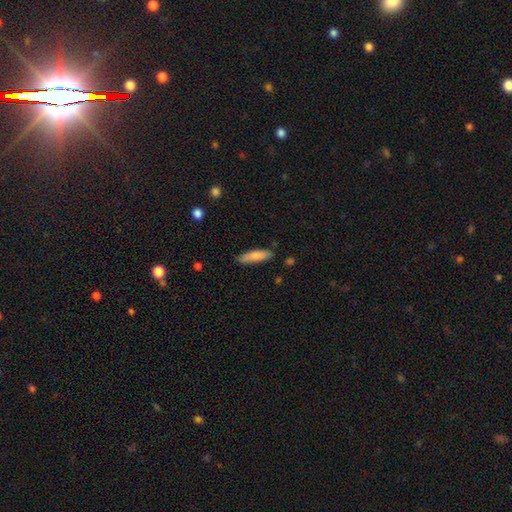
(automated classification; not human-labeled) Smooth or featured: smooth — 80% (featured or disk — 14%)
How rounded: cigar-shaped — 68% (in between — 30%)
Merging: none — 84% (minor disturbance — 12%)